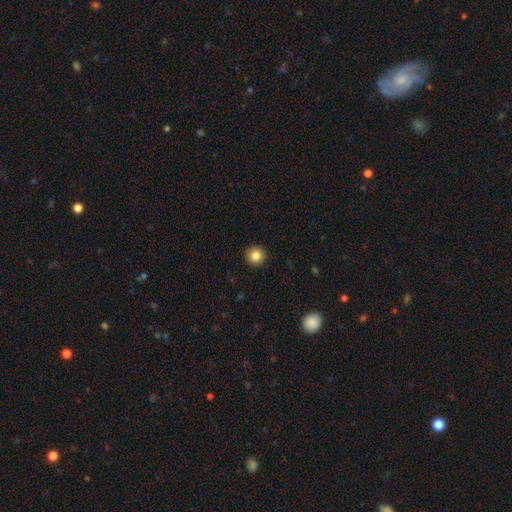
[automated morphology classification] Smooth or featured?
  - smooth: 84% *
  - star or artifact: 10%
  - featured or disk: 6%
How rounded?
  - round: 95% *
  - in between: 4%
  - cigar-shaped: 1%
Merging?
  - none: 93% *
  - minor disturbance: 5%
  - major disturbance: 2%
  - merger: 1%